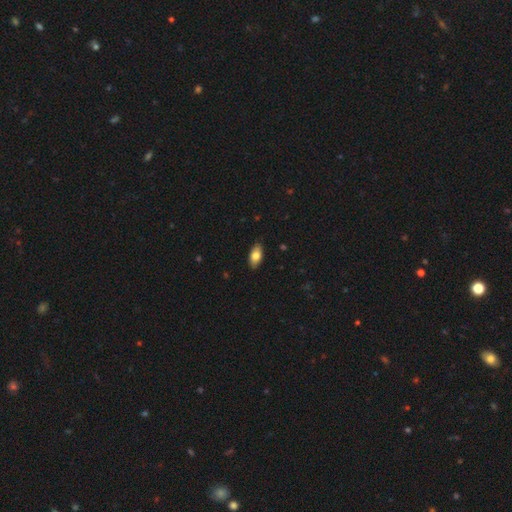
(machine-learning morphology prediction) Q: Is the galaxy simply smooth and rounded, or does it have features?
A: smooth — 79%.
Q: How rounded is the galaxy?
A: in between — 92%.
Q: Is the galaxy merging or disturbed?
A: none — 88%.